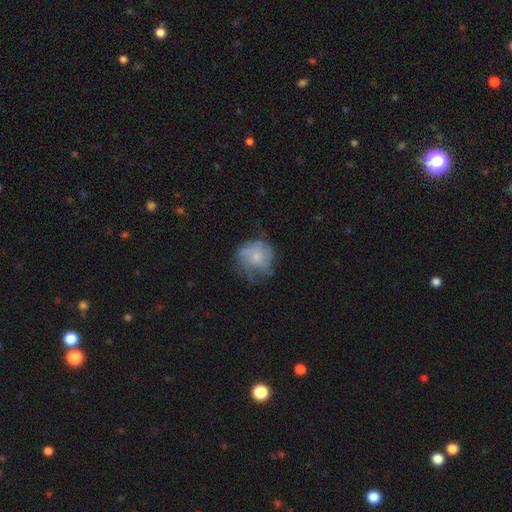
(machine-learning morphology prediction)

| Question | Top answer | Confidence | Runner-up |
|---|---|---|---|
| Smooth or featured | featured or disk | 48% | smooth (43%) |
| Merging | none | 53% | minor disturbance (28%) |